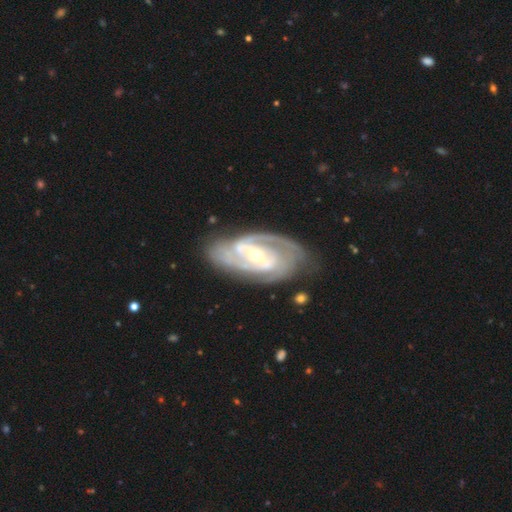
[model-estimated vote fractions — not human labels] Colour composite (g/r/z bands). It shows a featured or disk galaxy (90%) with a weak bar (39%), 2 (57%) tight (56%) spiral arms (96%) and a moderate central bulge (51%). Merging: none (73%).